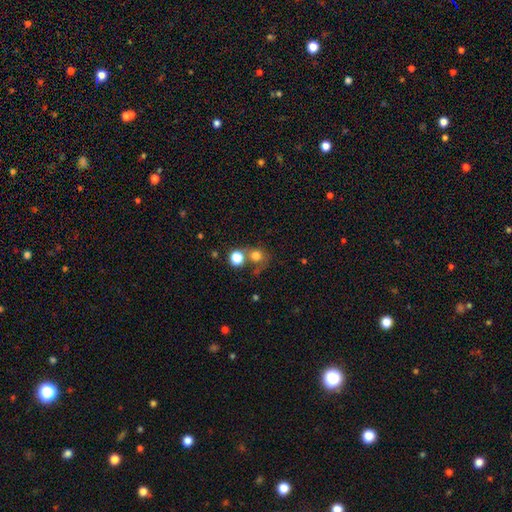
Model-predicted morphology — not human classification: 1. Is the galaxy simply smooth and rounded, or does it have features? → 74% smooth, 15% star or artifact, 12% featured or disk.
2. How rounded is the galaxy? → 82% round, 17% in between, 1% cigar-shaped.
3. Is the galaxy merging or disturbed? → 46% none, 33% merger, 12% minor disturbance, 10% major disturbance.